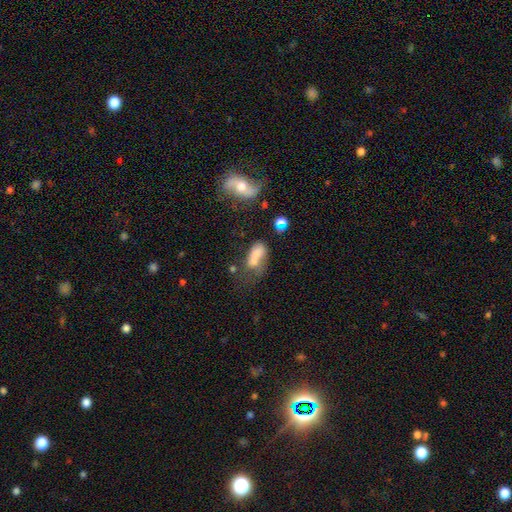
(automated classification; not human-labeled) Smooth or featured? smooth (68%)
How rounded? in between (82%)
Merging? major disturbance (30%)